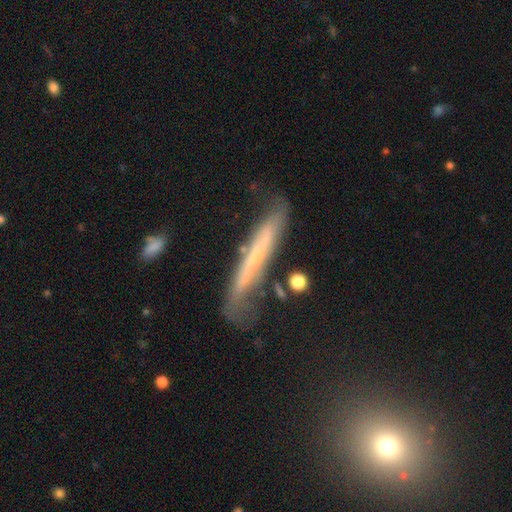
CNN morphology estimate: Smooth or featured: featured or disk — 56% (smooth — 36%)
Edge-on disk: yes — 75% (no — 25%)
Merging: none — 59% (minor disturbance — 26%)